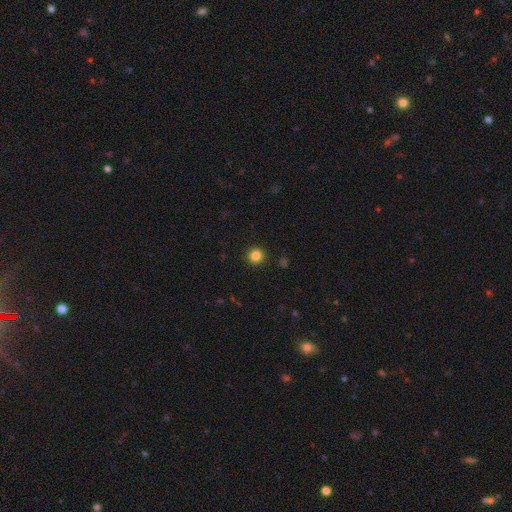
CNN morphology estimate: Smooth or featured? smooth (84%)
How rounded? round (95%)
Merging? none (93%)